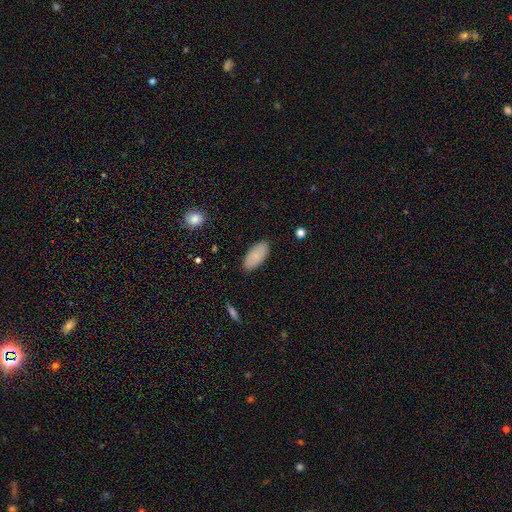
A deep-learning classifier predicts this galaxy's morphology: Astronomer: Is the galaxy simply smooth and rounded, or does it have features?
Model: smooth — 85%.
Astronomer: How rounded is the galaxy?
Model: in between — 92%.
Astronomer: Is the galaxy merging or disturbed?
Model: none — 87%.